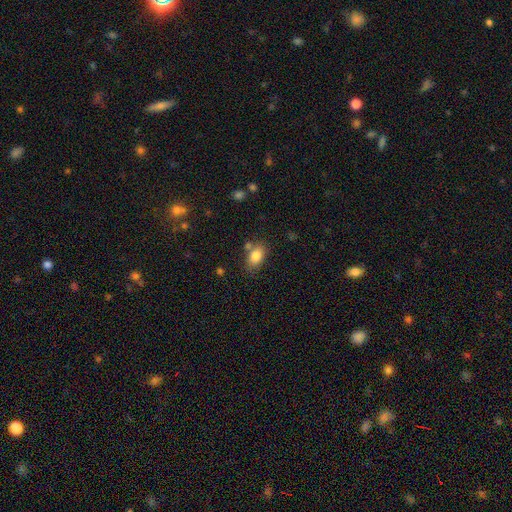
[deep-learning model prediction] The model was most divided on "merging": none: 67%, minor disturbance: 17%, merger: 11%, major disturbance: 5%. More confident: how rounded — in between (85%); smooth or featured — smooth (83%).